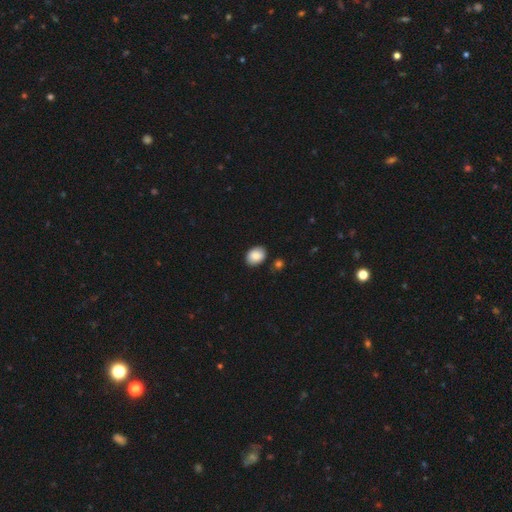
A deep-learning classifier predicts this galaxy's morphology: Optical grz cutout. It shows a smooth galaxy with no disk features (88%) that is in between round and cigar-shaped (73%). Merging: none (84%).